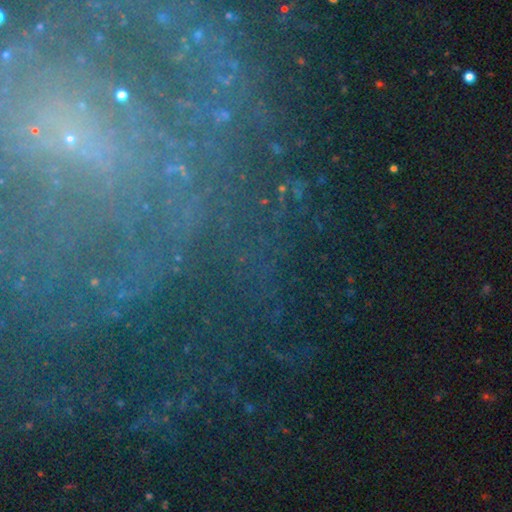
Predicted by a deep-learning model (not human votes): This appears to be a star or artifact, not a galaxy (53%).